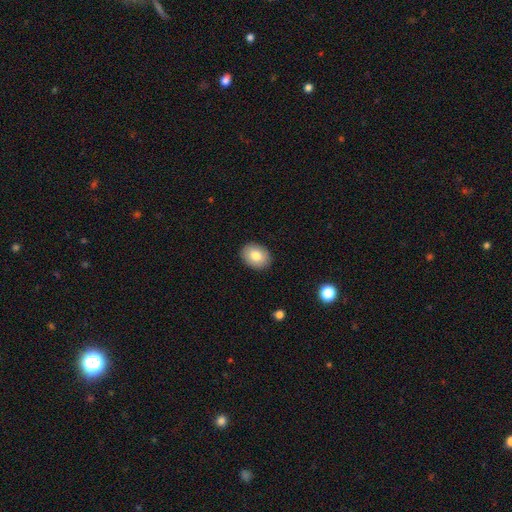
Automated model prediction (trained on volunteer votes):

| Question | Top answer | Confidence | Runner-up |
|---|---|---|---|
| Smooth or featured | smooth | 80% | featured or disk (12%) |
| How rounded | in between | 68% | round (31%) |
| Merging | none | 90% | minor disturbance (8%) |